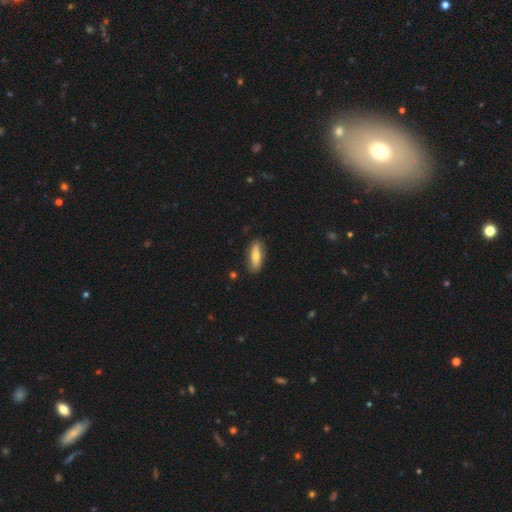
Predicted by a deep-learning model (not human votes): This is likely a smooth galaxy (61%). How rounded: possibly in between (54%). Merging: clearly none (82%).